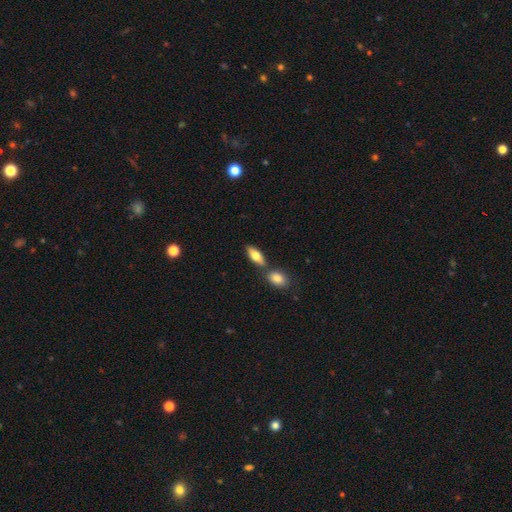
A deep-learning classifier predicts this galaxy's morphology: Q: Smooth or featured?
A: smooth (74%); runner-up: featured or disk (20%)
Q: How rounded?
A: in between (80%); runner-up: cigar-shaped (17%)
Q: Merging?
A: none (62%); runner-up: merger (26%)